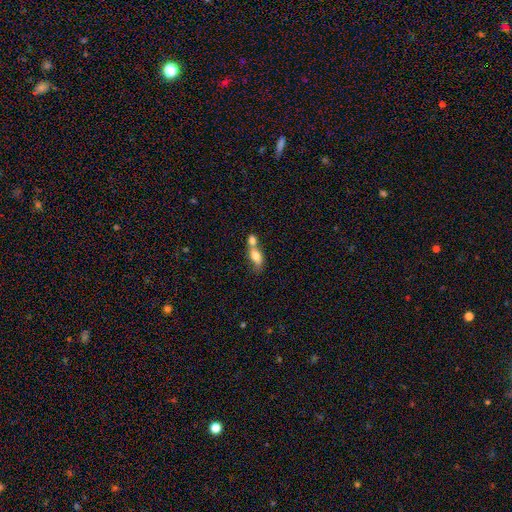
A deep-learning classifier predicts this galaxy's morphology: A smooth galaxy with no disk features (70%) that is in between round and cigar-shaped (75%). Merging: merger (68%).